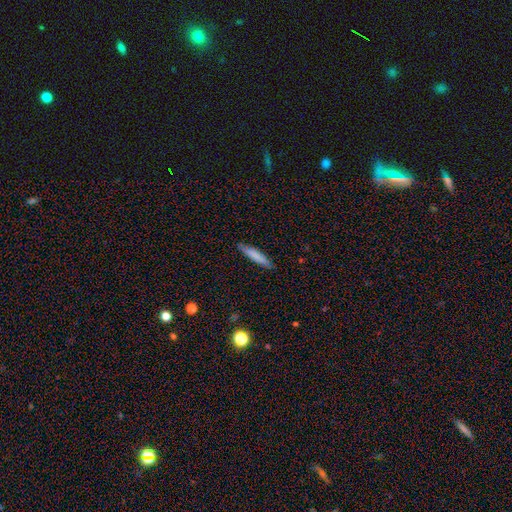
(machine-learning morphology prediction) Smooth or featured? Predicted: smooth (p=0.79). How rounded? Predicted: cigar-shaped (p=0.87). Merging? Predicted: none (p=0.85).